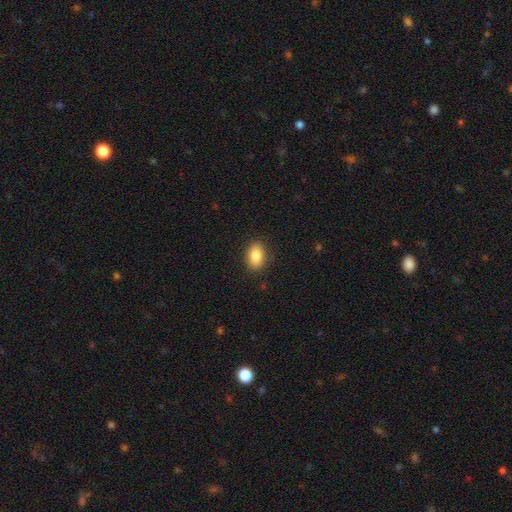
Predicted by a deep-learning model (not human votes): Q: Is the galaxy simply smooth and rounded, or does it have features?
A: smooth — 88%.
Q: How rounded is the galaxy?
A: in between — 86%.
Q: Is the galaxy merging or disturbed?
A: none — 87%.